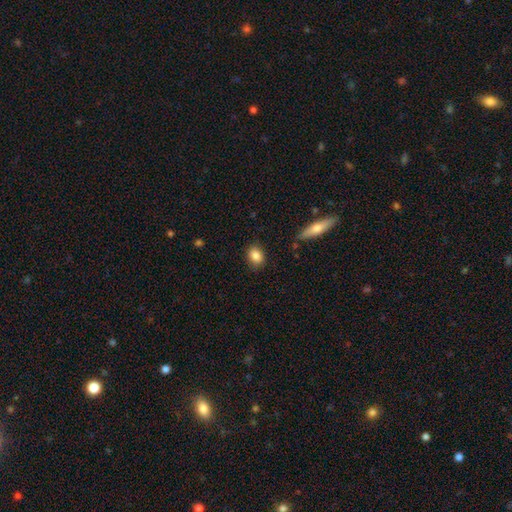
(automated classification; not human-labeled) Morphology: type=smooth (85%); roundness=in between (60%); merging=none (85%).